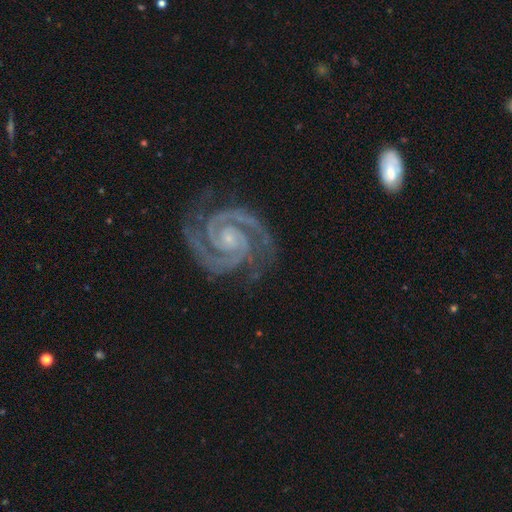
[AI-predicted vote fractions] This is clearly a featured or disk galaxy (94%). It is clearly not viewed edge-on (98%). Bar: possibly no (56%). Spiral arm pattern: clearly yes (99%). Spiral arm count: clearly 2 (92%). Spiral winding: likely tight (73%). Central bulge: likely small (69%). Merging: clearly none (82%).